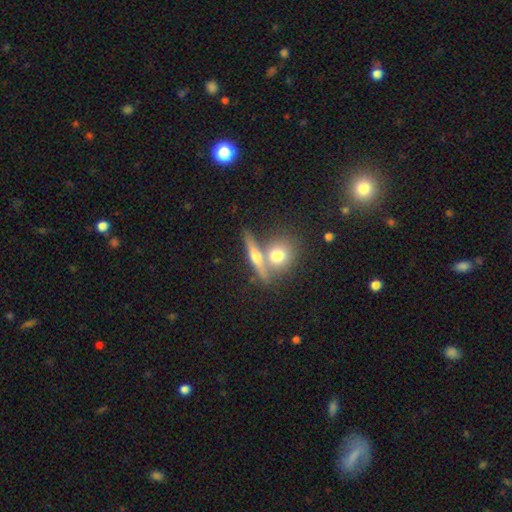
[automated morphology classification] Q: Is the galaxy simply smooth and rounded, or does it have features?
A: featured or disk — 47%.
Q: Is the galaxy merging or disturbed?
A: none — 53%.